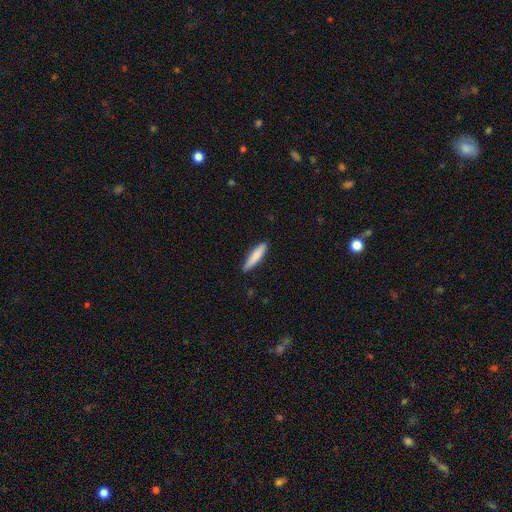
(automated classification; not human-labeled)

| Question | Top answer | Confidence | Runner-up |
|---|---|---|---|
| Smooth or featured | smooth | 81% | featured or disk (14%) |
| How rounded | cigar-shaped | 83% | in between (15%) |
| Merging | none | 87% | minor disturbance (10%) |